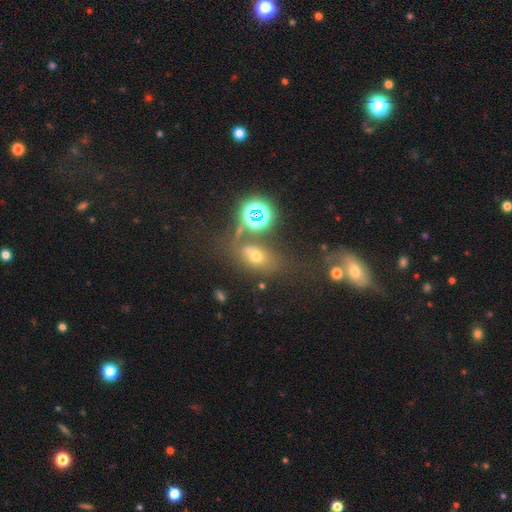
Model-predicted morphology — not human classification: A smooth galaxy with no disk features (54%) that is in between round and cigar-shaped (72%).

Vote fractions:
- Smooth or featured? smooth: 54% / star or artifact: 30% / featured or disk: 17%
- How rounded? in between: 72% / round: 24% / cigar-shaped: 4%
- Merging? none: 60% / minor disturbance: 16% / merger: 15% / major disturbance: 9%